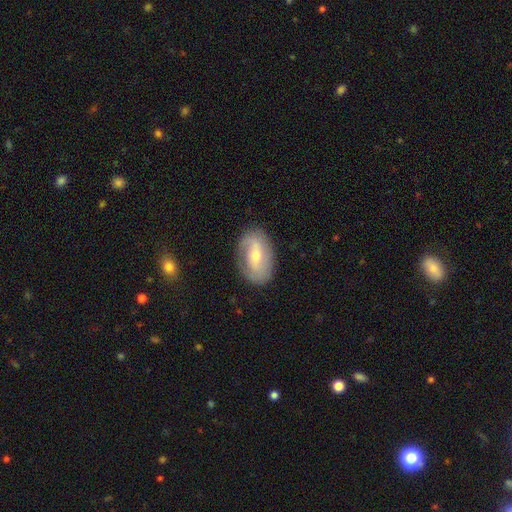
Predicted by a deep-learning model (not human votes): A featured or disk galaxy (63%) with a weak bar (42%), spiral arms (76%) and a moderate central bulge (49%). Merging: none (80%).